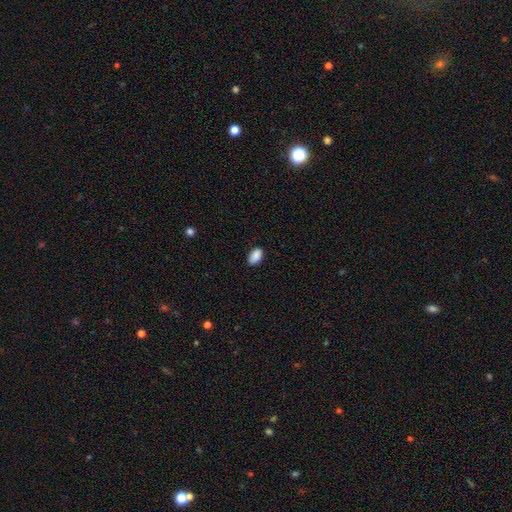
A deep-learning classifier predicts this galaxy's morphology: This is clearly a smooth galaxy (90%). How rounded: clearly in between (92%). Merging: clearly none (86%).